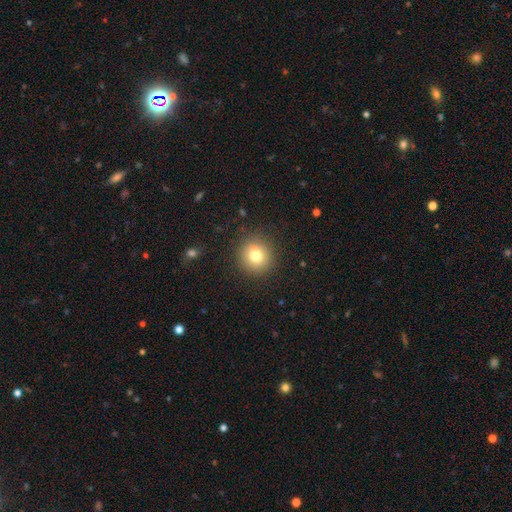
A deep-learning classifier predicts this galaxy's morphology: Overall: smooth (77%). How rounded: round (92%). Merging: none (89%).